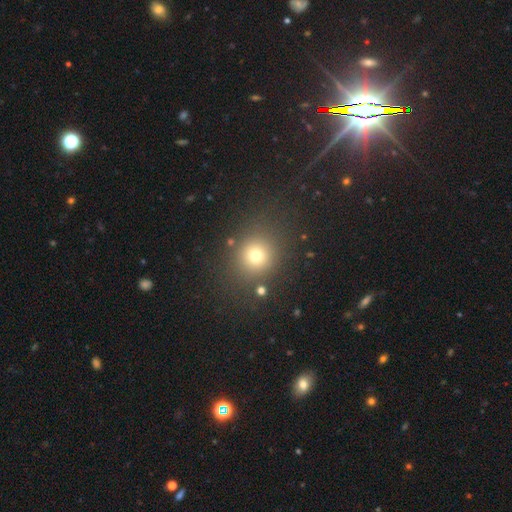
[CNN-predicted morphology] This is likely a smooth galaxy (73%). How rounded: clearly round (84%). Merging: clearly none (82%).